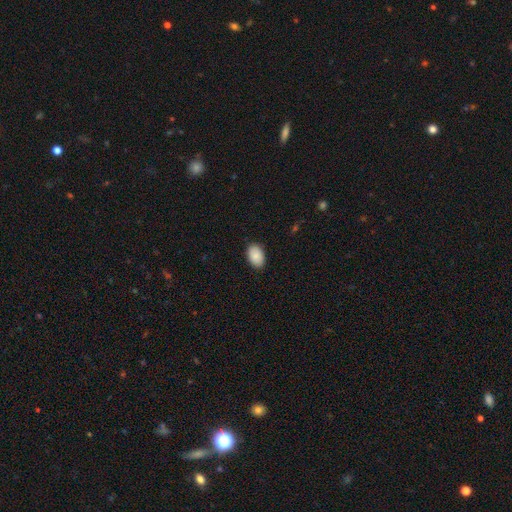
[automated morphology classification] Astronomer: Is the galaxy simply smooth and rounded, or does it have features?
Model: smooth — 89%.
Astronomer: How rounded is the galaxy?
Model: in between — 89%.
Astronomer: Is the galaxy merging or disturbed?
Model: none — 88%.